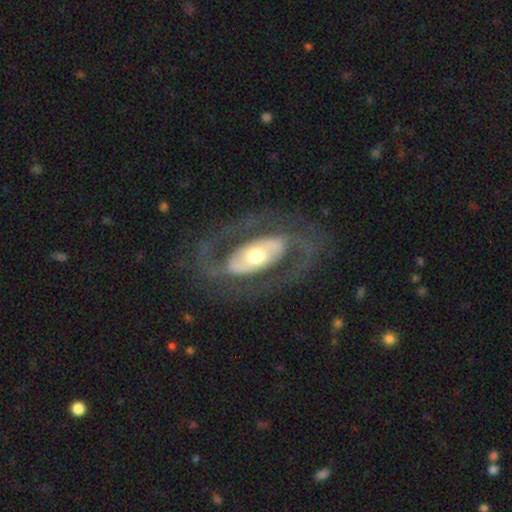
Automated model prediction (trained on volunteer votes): Morphology: type=featured or disk (78%); edge-on=no (91%); bar=no (53%); spiral arms=yes (64%); bulge=moderate (63%); merging=none (74%).